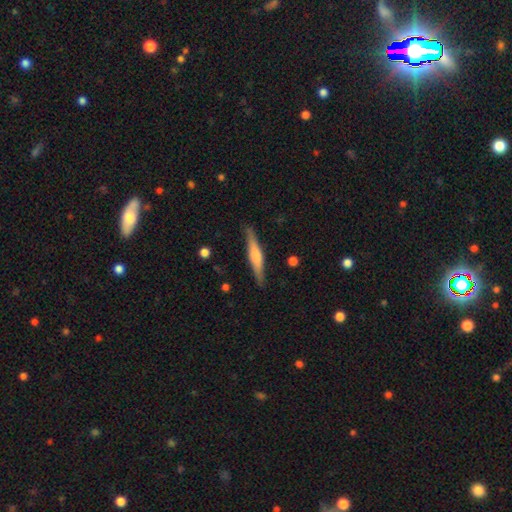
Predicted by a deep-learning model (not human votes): This appears to be a featured or disk galaxy (49%). Merging: none (87%).